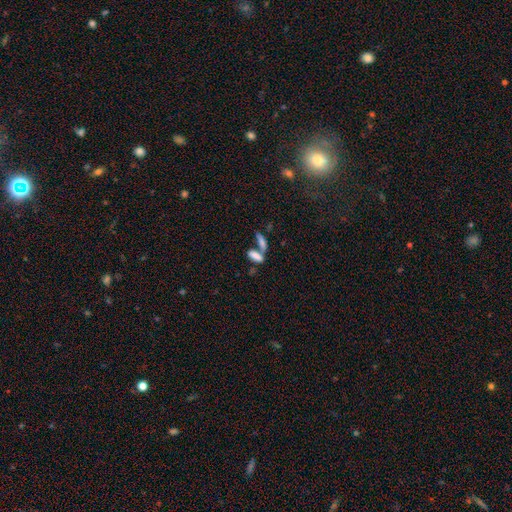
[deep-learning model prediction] smooth_or_featured: smooth (p=0.74) [alt: featured or disk p=0.16]
how_rounded: in between (p=0.58) [alt: cigar-shaped p=0.39]
merging: merger (p=0.60) [alt: none p=0.28]